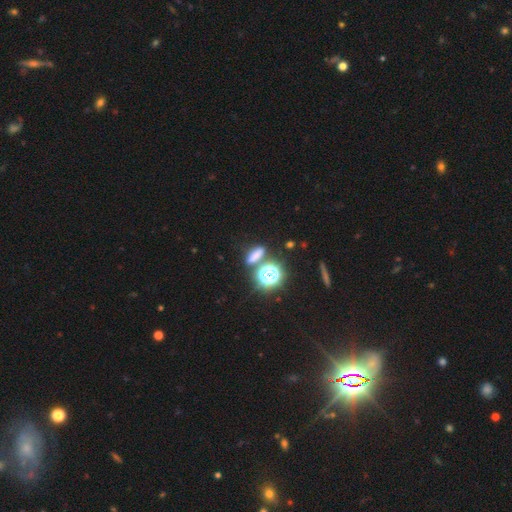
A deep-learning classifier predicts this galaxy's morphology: Overall: smooth (61%; star or artifact 29%). How rounded: in between (44%; round 30%). Merging: none (70%).